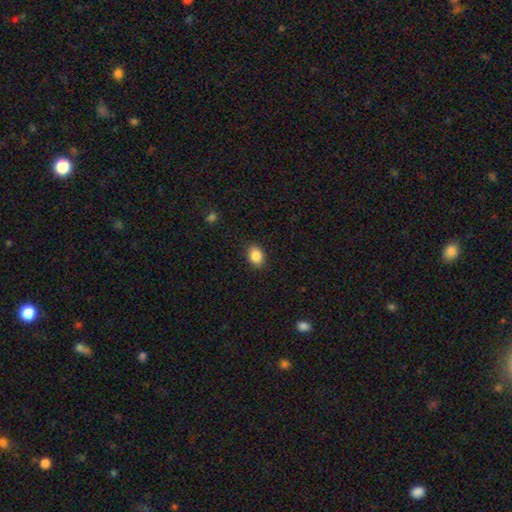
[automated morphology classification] Smooth or featured? smooth (87%)
How rounded? in between (67%)
Merging? none (88%)